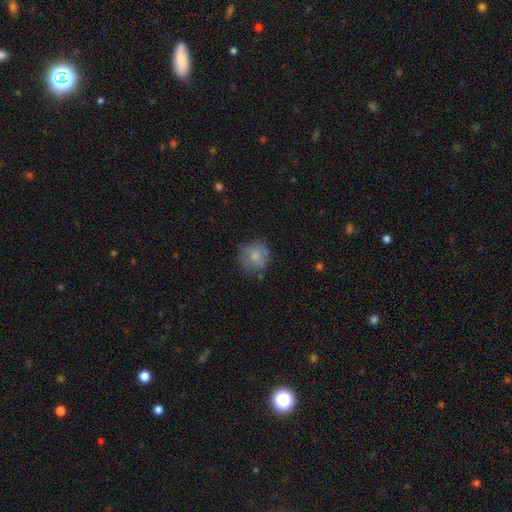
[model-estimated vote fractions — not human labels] smooth-or-featured: smooth: 71% | featured or disk: 21% | star or artifact: 8%
  how-rounded: round: 85% | in between: 14% | cigar-shaped: 1%
  merging: none: 67% | minor disturbance: 22% | major disturbance: 9% | merger: 2%